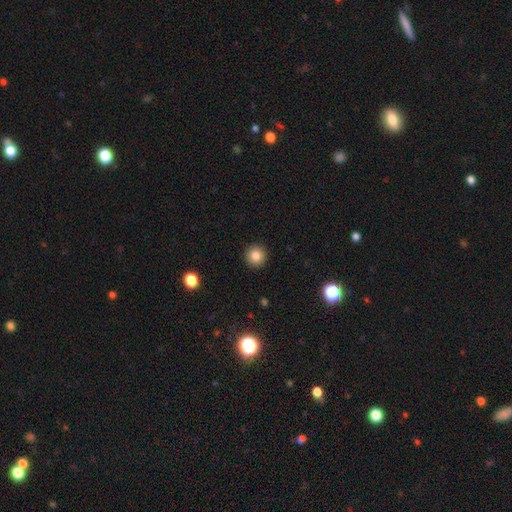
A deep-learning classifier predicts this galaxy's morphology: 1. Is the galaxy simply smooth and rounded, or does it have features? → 82% smooth, 11% star or artifact, 7% featured or disk.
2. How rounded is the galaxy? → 95% round, 4% in between, 1% cigar-shaped.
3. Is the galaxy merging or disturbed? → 93% none, 5% minor disturbance, 2% major disturbance, 1% merger.